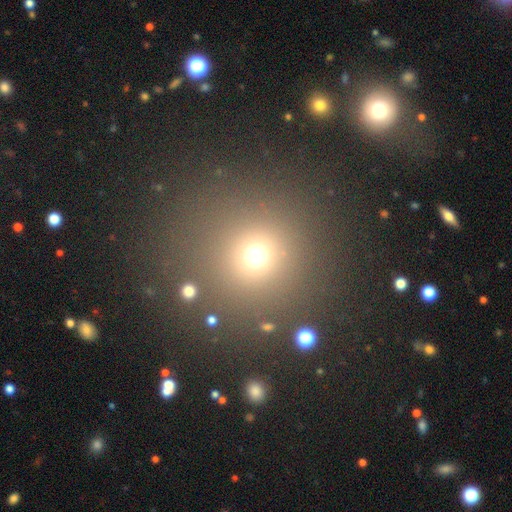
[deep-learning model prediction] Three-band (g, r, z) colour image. It shows a smooth galaxy with no disk features (66%) that is round (92%). Merging: none (82%).